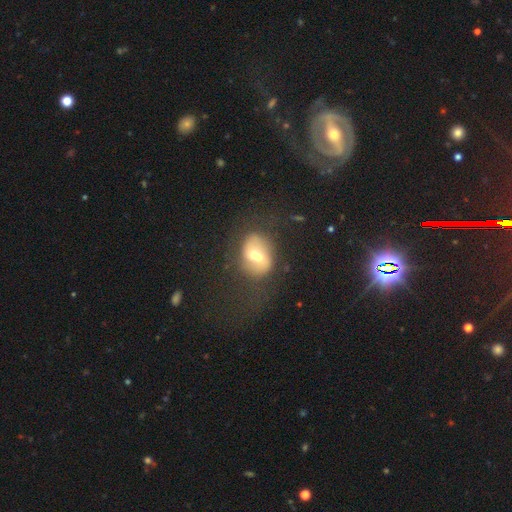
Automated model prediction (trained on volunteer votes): This is possibly a smooth galaxy (49%). Merging: possibly merger (55%).